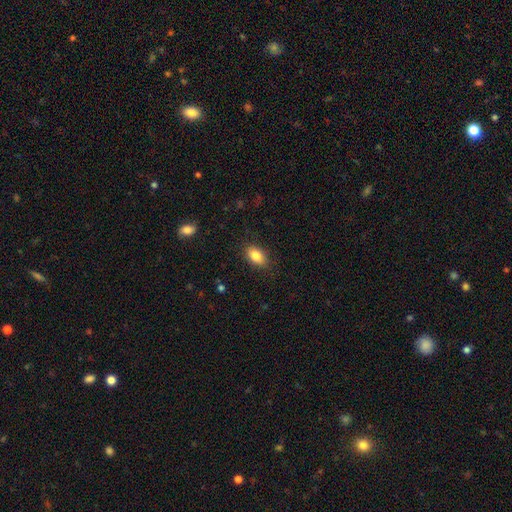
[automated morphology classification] This appears to be a smooth galaxy with no disk features (85%) that is in between round and cigar-shaped (89%). Merging: none (86%).